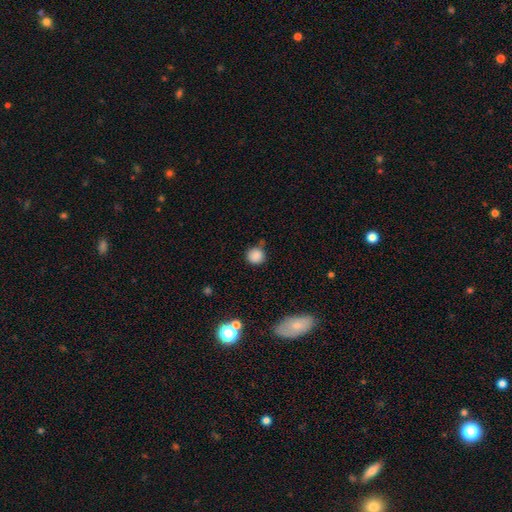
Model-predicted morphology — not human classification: Q: Smooth or featured?
A: smooth (86%); runner-up: star or artifact (10%)
Q: How rounded?
A: round (91%); runner-up: in between (8%)
Q: Merging?
A: none (78%); runner-up: minor disturbance (13%)